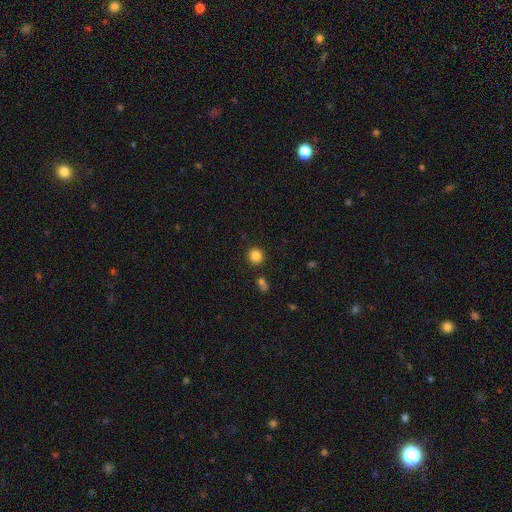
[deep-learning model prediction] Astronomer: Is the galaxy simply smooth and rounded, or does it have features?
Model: smooth — 84%.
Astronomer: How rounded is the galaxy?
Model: round — 91%.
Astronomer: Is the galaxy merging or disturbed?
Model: none — 87%.